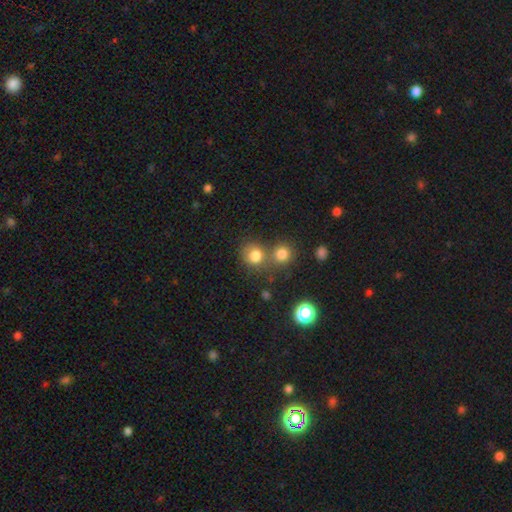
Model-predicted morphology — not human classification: type=smooth (79%); roundness=round (82%); merging=none (55%).